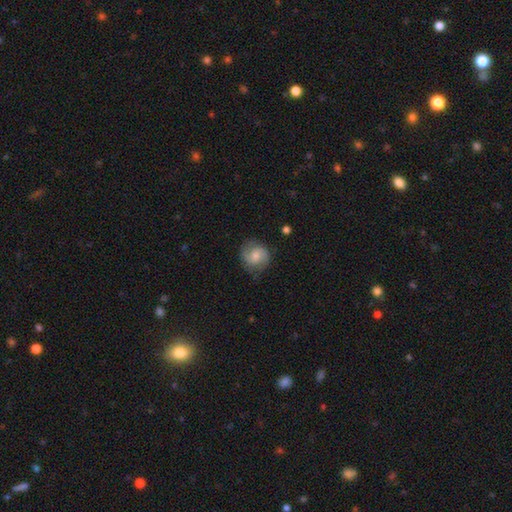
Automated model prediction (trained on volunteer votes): Smooth or featured: featured or disk — 54% (smooth — 39%)
Edge-on disk: no — 98% (yes — 2%)
Bar: no — 58% (weak — 37%)
Spiral arms: yes — 90% (no — 10%)
Bulge size: moderate — 52% (small — 36%)
Merging: none — 76% (minor disturbance — 18%)